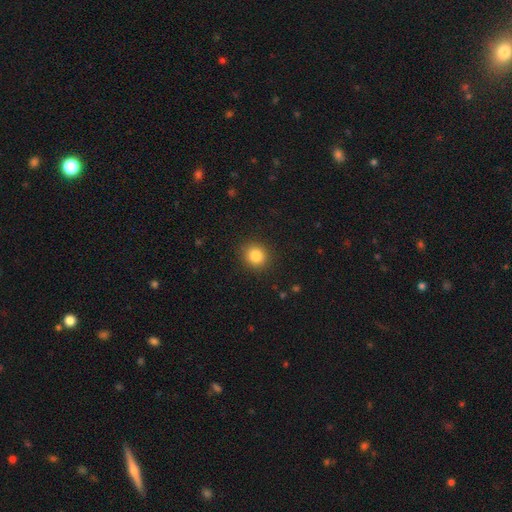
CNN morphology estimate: type=smooth (84%); roundness=round (82%); merging=none (90%).